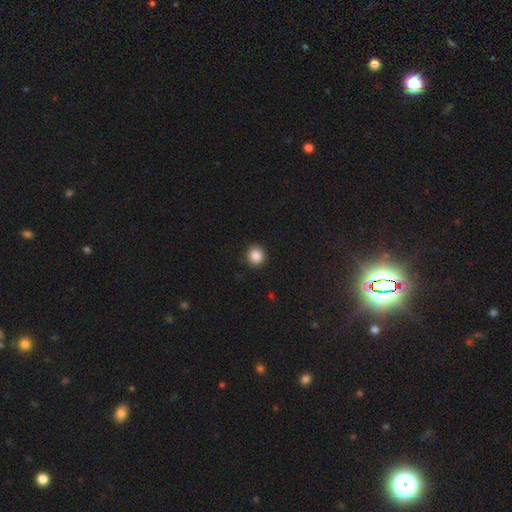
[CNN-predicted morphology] Smooth or featured? Predicted: smooth (p=0.87). How rounded? Predicted: round (p=0.89). Merging? Predicted: none (p=0.91).